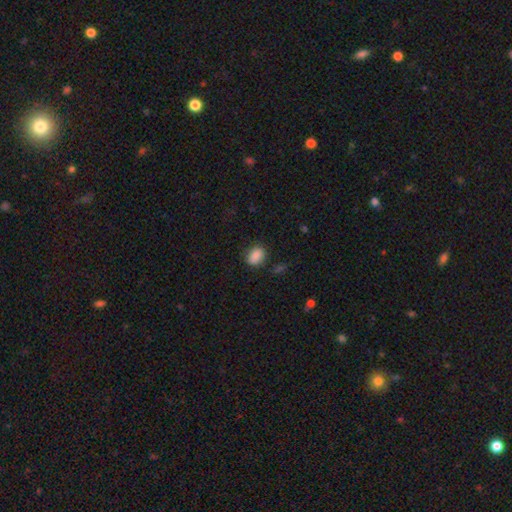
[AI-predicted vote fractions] This appears to be a smooth galaxy with no disk features (86%) that is in between round and cigar-shaped (69%). Merging: none (77%).